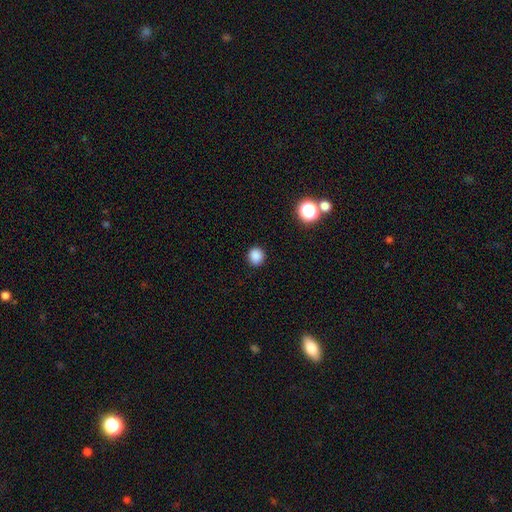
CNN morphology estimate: The model was most divided on "smooth or featured": smooth: 85%, star or artifact: 12%, featured or disk: 3%. More confident: merging — none (91%); how rounded — round (90%).